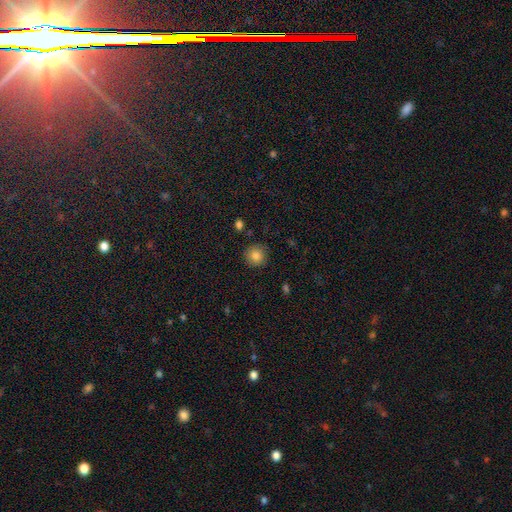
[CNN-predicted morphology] type=smooth (83%); roundness=round (93%); merging=none (89%).